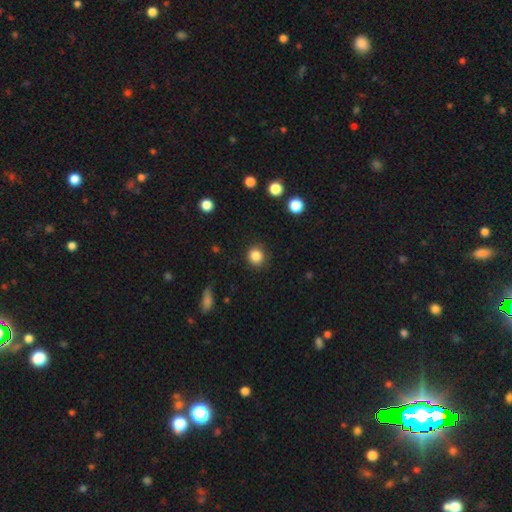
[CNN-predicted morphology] Smooth or featured: smooth — 86% (star or artifact — 10%)
How rounded: round — 89% (in between — 10%)
Merging: none — 87% (minor disturbance — 9%)